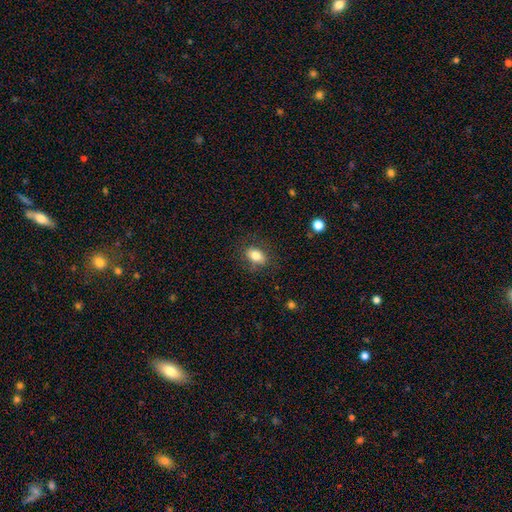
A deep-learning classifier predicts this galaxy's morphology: type=smooth (80%); roundness=in between (79%); merging=none (80%).